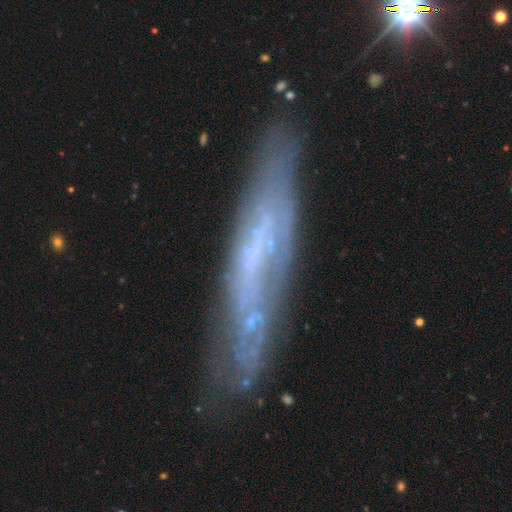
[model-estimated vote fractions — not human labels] smooth-or-featured: featured or disk: 65% | smooth: 25% | star or artifact: 10%
  disk-edge-on: yes: 51% | no: 49%
  merging: none: 66% | minor disturbance: 20% | major disturbance: 10% | merger: 4%